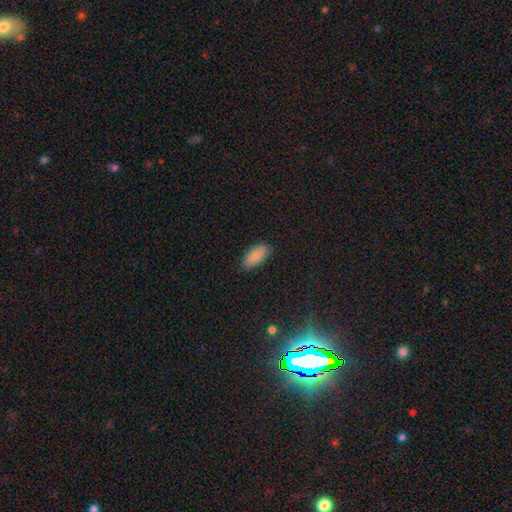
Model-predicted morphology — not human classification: smooth-or-featured: smooth: 87% | star or artifact: 7% | featured or disk: 6%
  how-rounded: in between: 88% | cigar-shaped: 10% | round: 2%
  merging: none: 86% | minor disturbance: 11% | major disturbance: 2% | merger: 1%